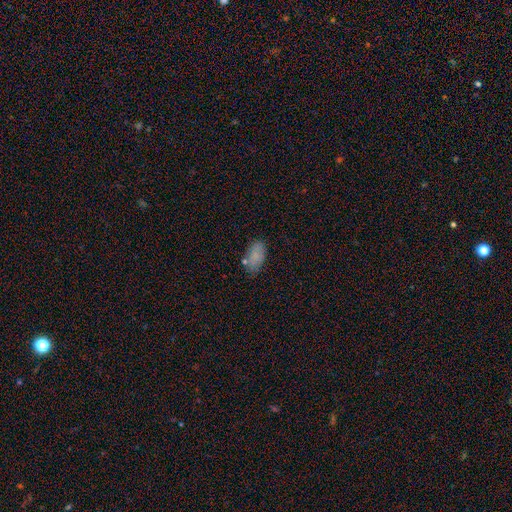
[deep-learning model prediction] Morphology: type=smooth (82%); roundness=in between (93%); merging=none (68%).